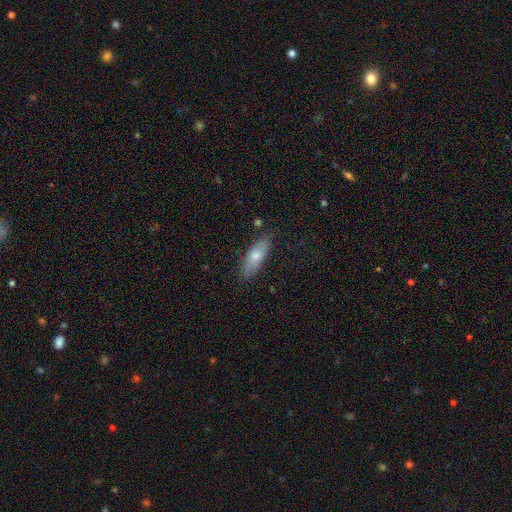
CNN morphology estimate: The model was most divided on "how rounded": in between: 59%, cigar-shaped: 38%, round: 2%. More confident: merging — none (83%); smooth or featured — smooth (68%).